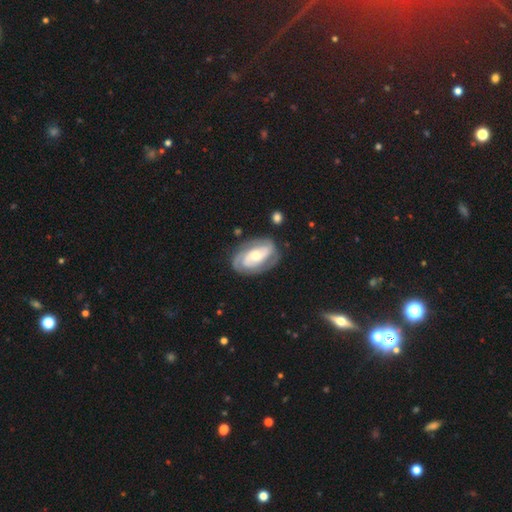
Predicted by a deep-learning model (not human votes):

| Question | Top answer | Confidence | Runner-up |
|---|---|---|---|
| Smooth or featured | featured or disk | 83% | smooth (13%) |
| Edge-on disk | no | 96% | yes (4%) |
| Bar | no | 52% | weak (30%) |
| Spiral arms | yes | 93% | no (7%) |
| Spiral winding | tight | 58% | medium (33%) |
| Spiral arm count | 2 | 68% | can't tell (14%) |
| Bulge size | moderate | 55% | small (35%) |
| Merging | none | 76% | minor disturbance (16%) |